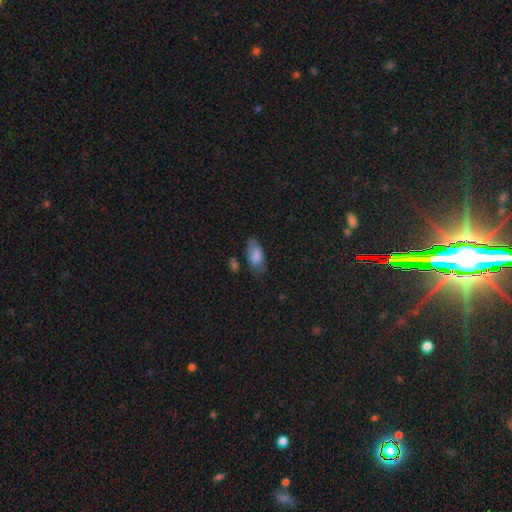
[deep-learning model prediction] A smooth galaxy with no disk features (82%) that is in between round and cigar-shaped (88%). Merging: none (63%).